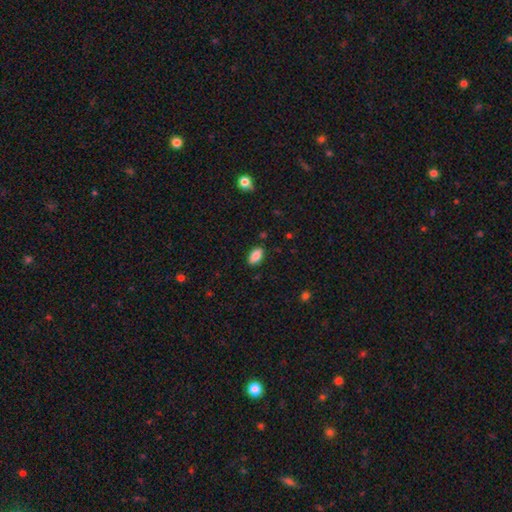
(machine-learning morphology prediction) Smooth or featured: smooth — 84% (star or artifact — 8%)
How rounded: in between — 92% (round — 6%)
Merging: none — 88% (minor disturbance — 9%)